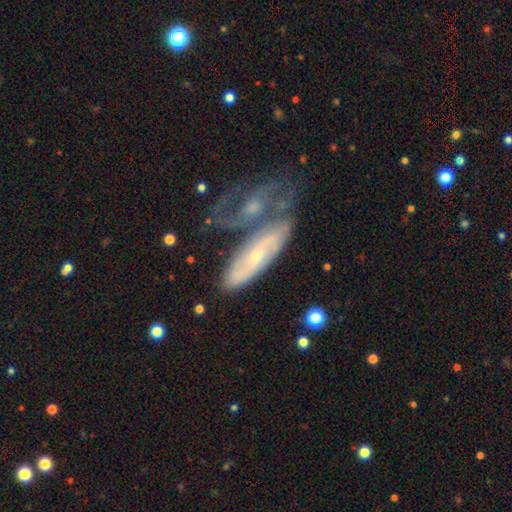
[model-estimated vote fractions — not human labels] Smooth or featured?
  - featured or disk: 69% *
  - smooth: 25%
  - star or artifact: 7%
Edge-on disk?
  - no: 80% *
  - yes: 20%
Bar?
  - no: 60% *
  - weak: 28%
  - strong: 12%
Spiral arms?
  - yes: 76% *
  - no: 24%
Bulge size?
  - small: 67% *
  - moderate: 28%
  - none: 2%
  - large: 1%
  - dominant: 1%
Merging?
  - merger: 43% *
  - none: 31%
  - minor disturbance: 15%
  - major disturbance: 11%